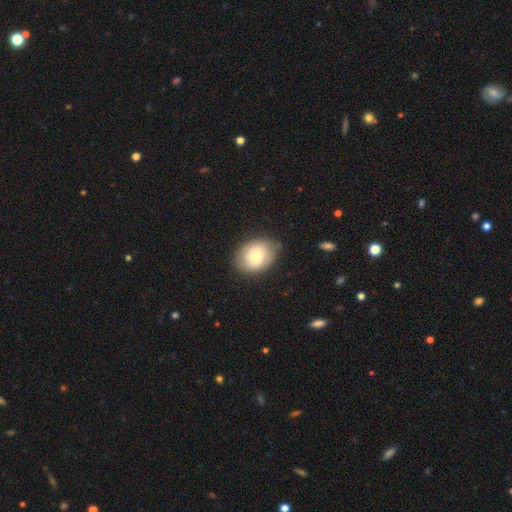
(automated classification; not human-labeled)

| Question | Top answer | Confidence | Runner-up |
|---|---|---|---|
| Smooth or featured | smooth | 67% | featured or disk (25%) |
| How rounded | in between | 56% | round (43%) |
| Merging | none | 78% | minor disturbance (17%) |